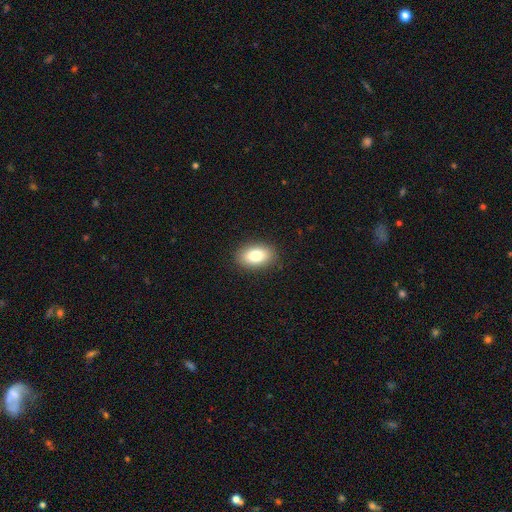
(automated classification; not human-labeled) Smooth or featured? smooth (83%)
How rounded? in between (89%)
Merging? none (88%)